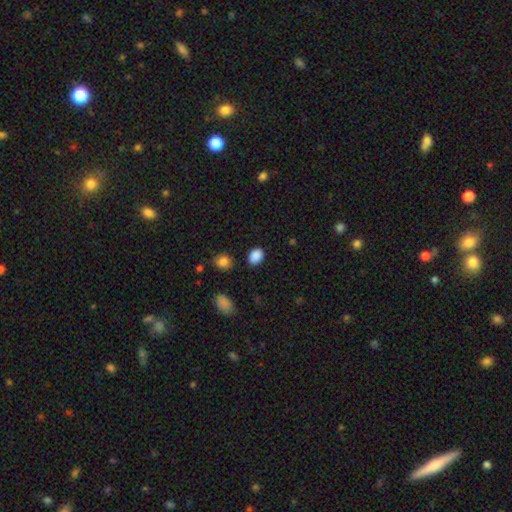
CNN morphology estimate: This is clearly a smooth galaxy (88%). How rounded: likely in between (71%). Merging: clearly none (84%).